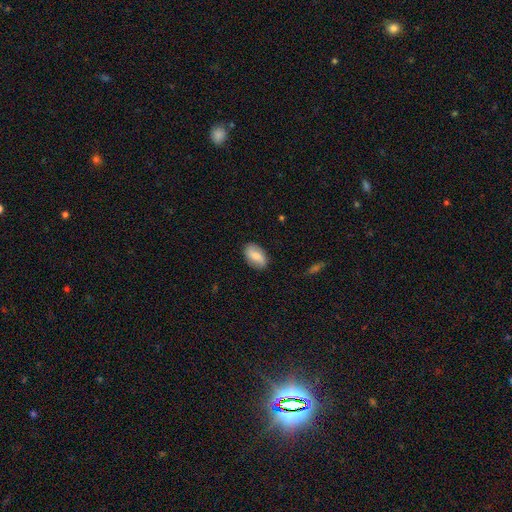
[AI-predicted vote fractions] Q: Smooth or featured?
A: smooth (66%); runner-up: featured or disk (27%)
Q: How rounded?
A: in between (91%); runner-up: round (7%)
Q: Merging?
A: none (84%); runner-up: minor disturbance (12%)